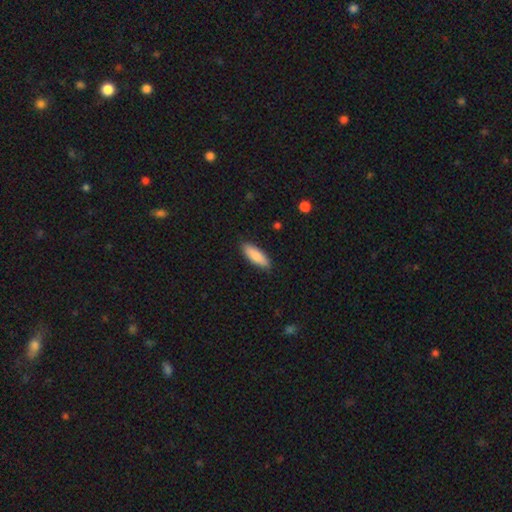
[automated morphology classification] A smooth galaxy with no disk features (87%) that is in between round and cigar-shaped (60%).

Vote fractions:
- Smooth or featured? smooth: 87% / featured or disk: 8% / star or artifact: 6%
- How rounded? in between: 60% / cigar-shaped: 39% / round: 2%
- Merging? none: 88% / minor disturbance: 9% / major disturbance: 2% / merger: 1%